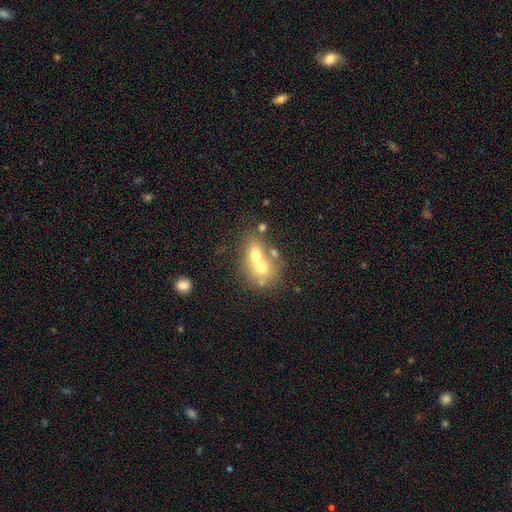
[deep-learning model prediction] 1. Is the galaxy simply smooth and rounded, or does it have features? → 60% smooth, 28% featured or disk, 12% star or artifact.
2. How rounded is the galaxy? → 53% round, 45% in between, 2% cigar-shaped.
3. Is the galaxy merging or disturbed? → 66% merger, 23% none, 7% minor disturbance, 5% major disturbance.